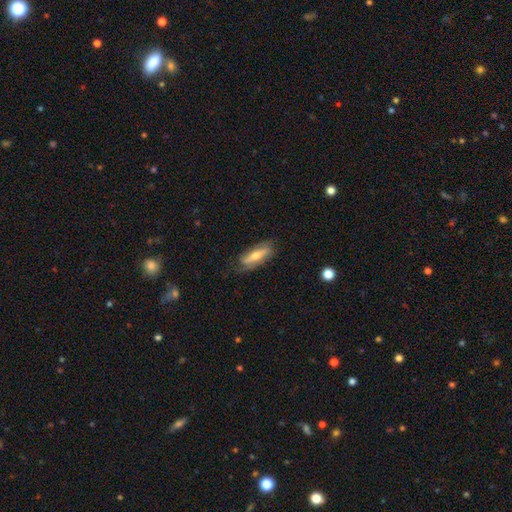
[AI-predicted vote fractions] The model was most divided on "smooth or featured": featured or disk: 55%, smooth: 38%, star or artifact: 7%. More confident: merging — none (71%); edge-on disk — no (59%).